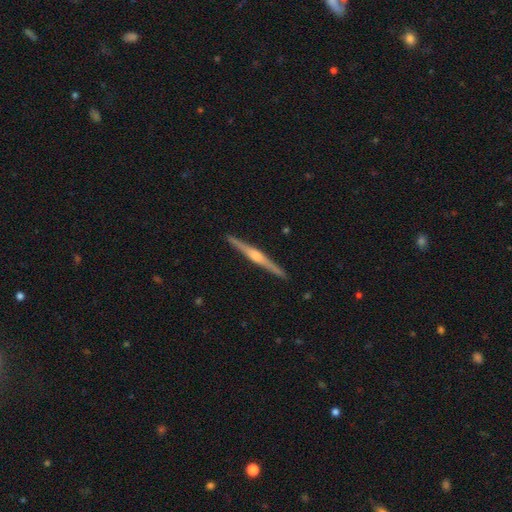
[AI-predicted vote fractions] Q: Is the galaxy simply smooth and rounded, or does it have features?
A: featured or disk — 85%.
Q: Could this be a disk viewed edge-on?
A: yes — 99%.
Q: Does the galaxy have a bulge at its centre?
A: rounded — 86%.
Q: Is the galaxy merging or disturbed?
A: none — 93%.